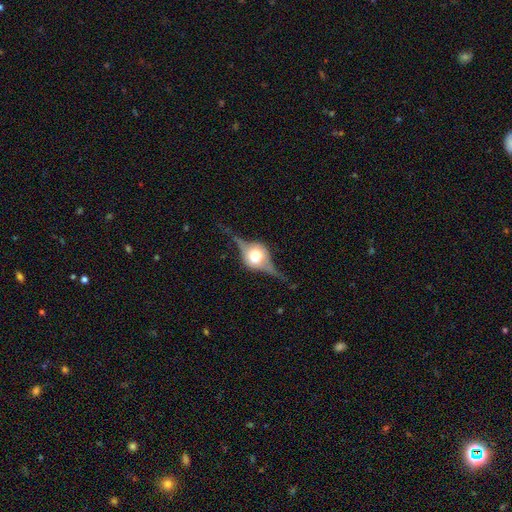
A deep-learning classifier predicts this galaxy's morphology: This appears to be a featured or disk galaxy (82%) viewed edge-on (95%) with a rounded central bulge (92%). Merging: none (73%).